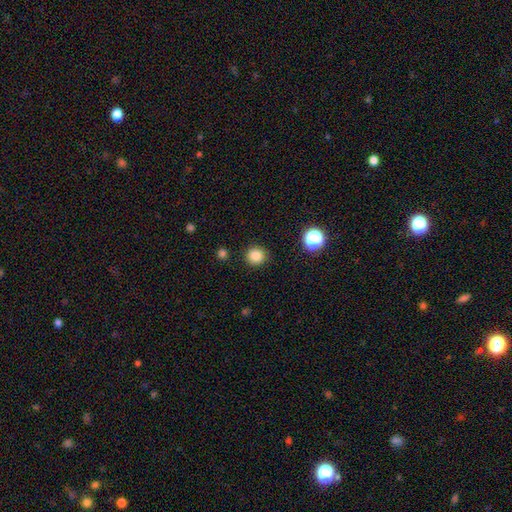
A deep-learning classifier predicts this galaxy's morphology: A smooth galaxy with no disk features (84%) that is round (91%).

Vote fractions:
- Smooth or featured? smooth: 84% / star or artifact: 12% / featured or disk: 4%
- How rounded? round: 91% / in between: 8% / cigar-shaped: 1%
- Merging? none: 90% / minor disturbance: 6% / major disturbance: 2% / merger: 2%